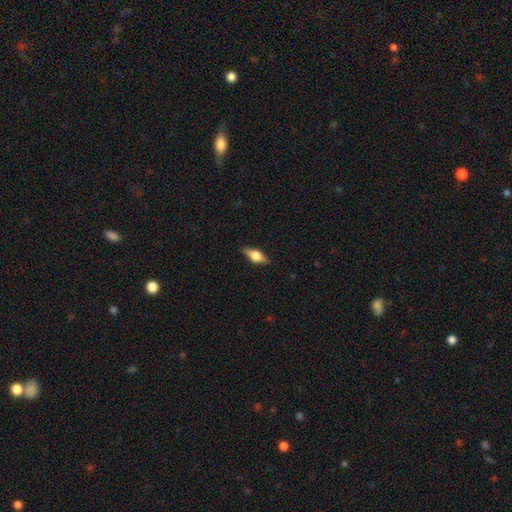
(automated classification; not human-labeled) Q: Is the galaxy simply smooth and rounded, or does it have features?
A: featured or disk — 55%.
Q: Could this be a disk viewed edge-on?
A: yes — 94%.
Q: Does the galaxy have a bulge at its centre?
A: rounded — 93%.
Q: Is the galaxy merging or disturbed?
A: none — 88%.